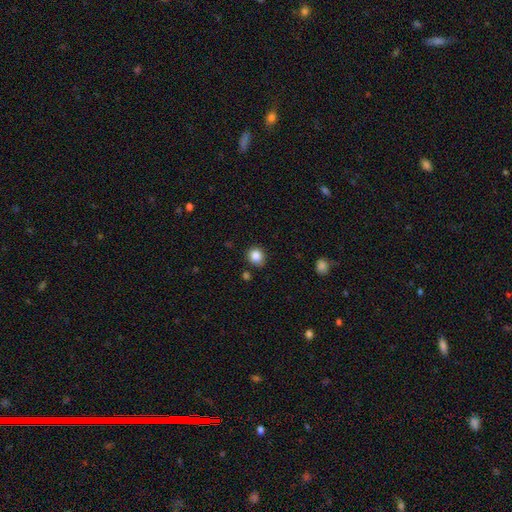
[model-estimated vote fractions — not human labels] smooth-or-featured: smooth: 85% | star or artifact: 10% | featured or disk: 5%
  how-rounded: round: 77% | in between: 22% | cigar-shaped: 1%
  merging: none: 83% | minor disturbance: 12% | major disturbance: 3% | merger: 2%